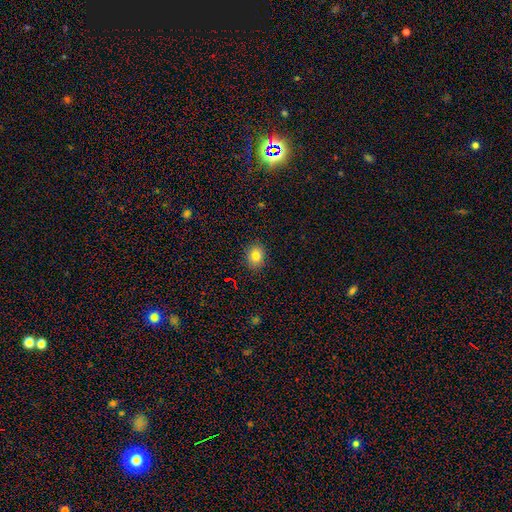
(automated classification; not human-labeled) smooth_or_featured: smooth (p=0.81) [alt: star or artifact p=0.11]
how_rounded: round (p=0.53) [alt: in between p=0.46]
merging: none (p=0.89) [alt: minor disturbance p=0.08]